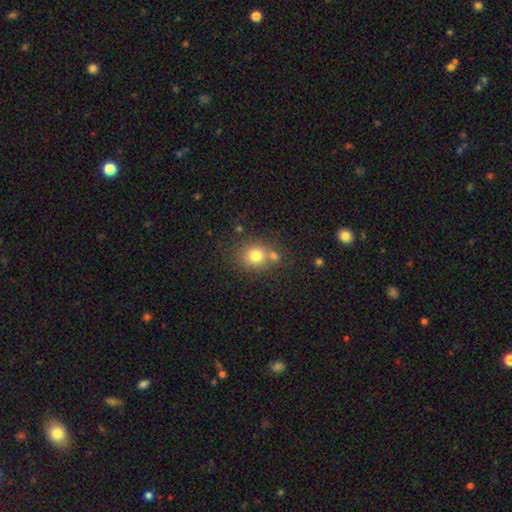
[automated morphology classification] smooth_or_featured: smooth (p=0.77) [alt: star or artifact p=0.13]
how_rounded: round (p=0.77) [alt: in between p=0.22]
merging: none (p=0.59) [alt: merger p=0.27]